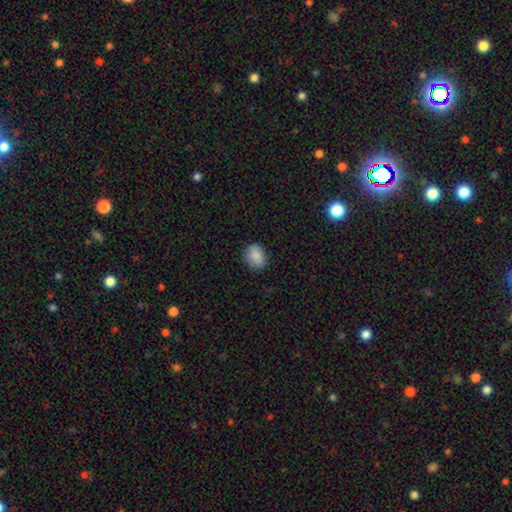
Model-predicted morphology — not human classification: smooth-or-featured: smooth: 87% | star or artifact: 8% | featured or disk: 5%
  how-rounded: in between: 62% | round: 37% | cigar-shaped: 1%
  merging: none: 81% | minor disturbance: 15% | major disturbance: 3% | merger: 1%